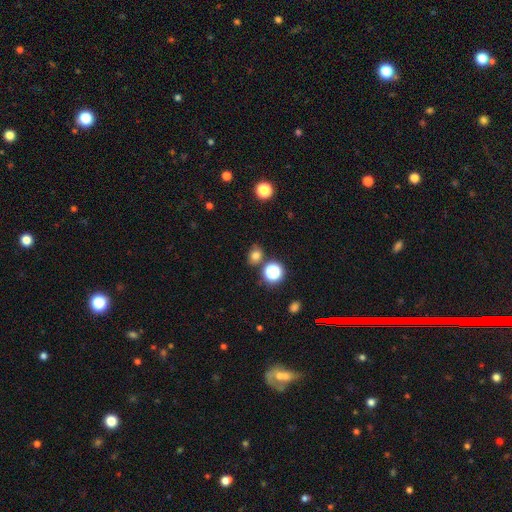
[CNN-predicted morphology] smooth-or-featured: smooth: 73% | star or artifact: 20% | featured or disk: 7%
  how-rounded: round: 61% | in between: 38% | cigar-shaped: 1%
  merging: none: 74% | minor disturbance: 13% | merger: 9% | major disturbance: 4%